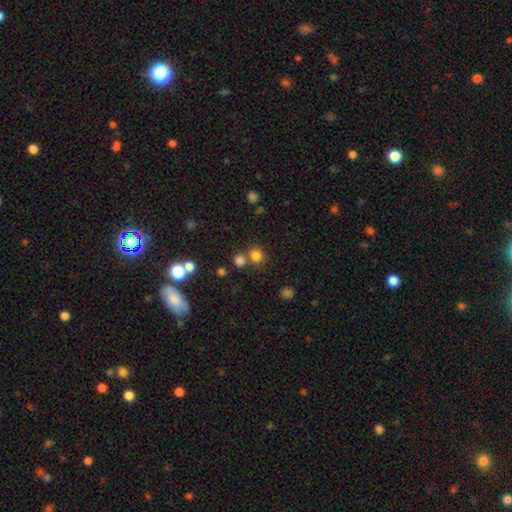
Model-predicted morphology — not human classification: Smooth or featured? Predicted: smooth (p=0.77). How rounded? Predicted: round (p=0.87). Merging? Predicted: none (p=0.65).